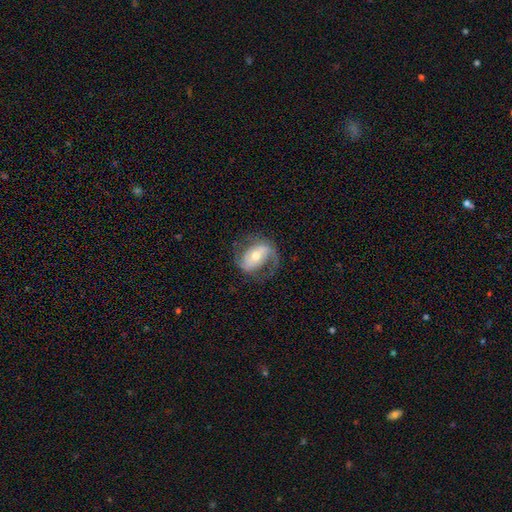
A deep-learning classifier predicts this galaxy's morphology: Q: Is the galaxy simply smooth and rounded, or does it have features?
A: featured or disk — 80%.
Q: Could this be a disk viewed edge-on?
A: no — 96%.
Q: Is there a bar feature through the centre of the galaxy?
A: no — 40%.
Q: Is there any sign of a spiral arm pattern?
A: yes — 93%.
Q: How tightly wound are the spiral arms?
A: medium — 46%.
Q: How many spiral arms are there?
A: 2 — 73%.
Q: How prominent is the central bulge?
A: moderate — 61%.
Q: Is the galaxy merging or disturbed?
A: none — 64%.